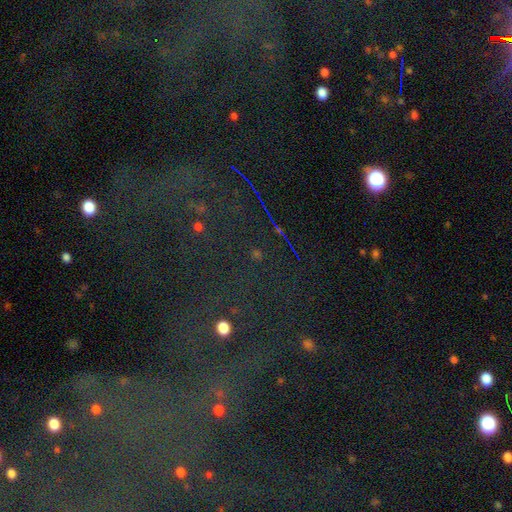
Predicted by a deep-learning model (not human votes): Overall: star or artifact (74%).